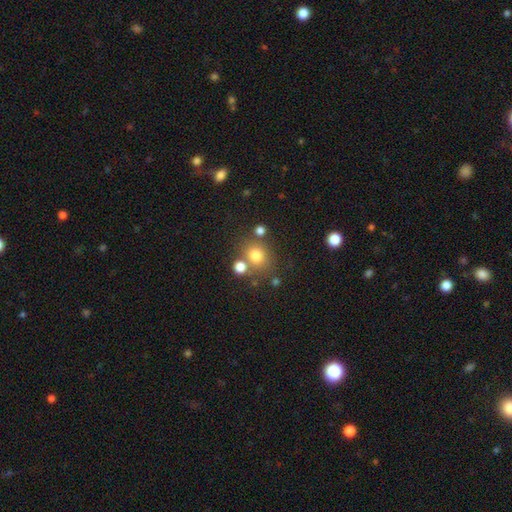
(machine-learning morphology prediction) smooth-or-featured: smooth: 77% | star or artifact: 15% | featured or disk: 9%
  how-rounded: round: 78% | in between: 21% | cigar-shaped: 1%
  merging: none: 68% | merger: 16% | minor disturbance: 11% | major disturbance: 5%